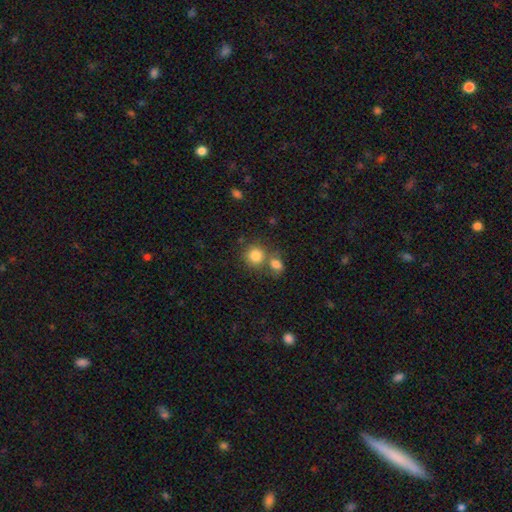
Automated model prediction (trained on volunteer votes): Smooth or featured: smooth — 83% (star or artifact — 10%)
How rounded: round — 86% (in between — 13%)
Merging: none — 53% (merger — 35%)